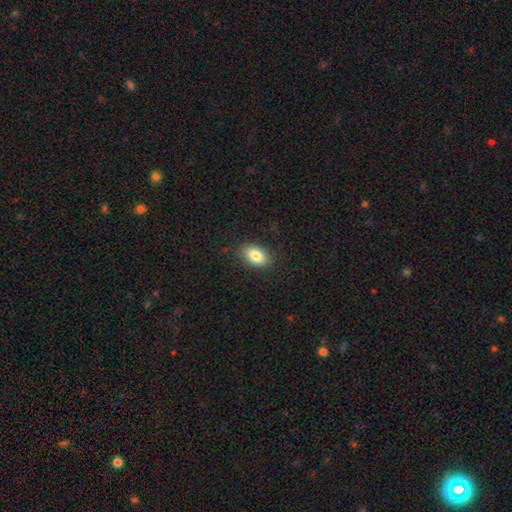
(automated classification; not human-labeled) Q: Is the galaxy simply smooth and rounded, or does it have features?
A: smooth — 84%.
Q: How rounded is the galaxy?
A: in between — 88%.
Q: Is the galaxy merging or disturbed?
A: none — 87%.